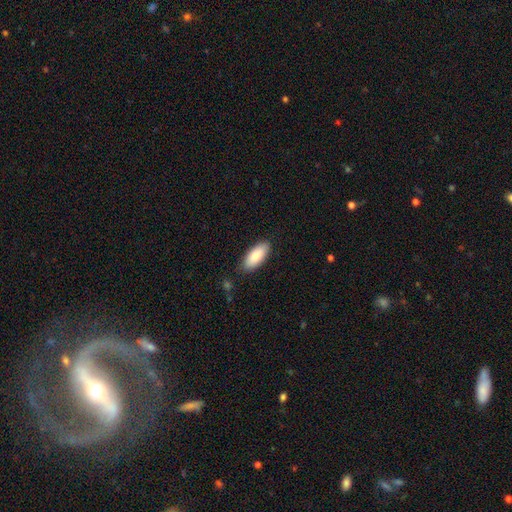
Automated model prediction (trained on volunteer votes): Smooth or featured?
  - smooth: 85% *
  - featured or disk: 9%
  - star or artifact: 6%
How rounded?
  - in between: 85% *
  - cigar-shaped: 13%
  - round: 2%
Merging?
  - none: 85% *
  - minor disturbance: 11%
  - major disturbance: 2%
  - merger: 1%